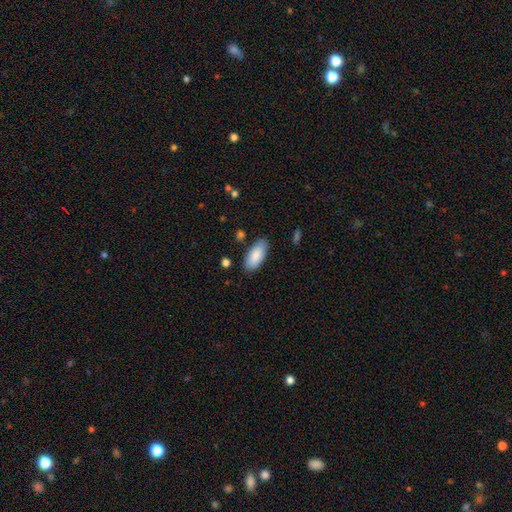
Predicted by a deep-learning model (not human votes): Overall: smooth (88%). How rounded: in between (91%). Merging: none (84%).